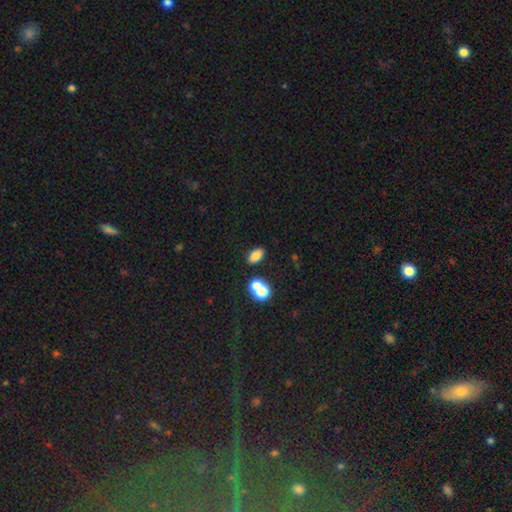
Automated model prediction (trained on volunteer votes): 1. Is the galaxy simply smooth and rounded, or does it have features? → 79% smooth, 12% star or artifact, 9% featured or disk.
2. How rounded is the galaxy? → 86% in between, 10% round, 4% cigar-shaped.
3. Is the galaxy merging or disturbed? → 76% none, 12% merger, 9% minor disturbance, 3% major disturbance.